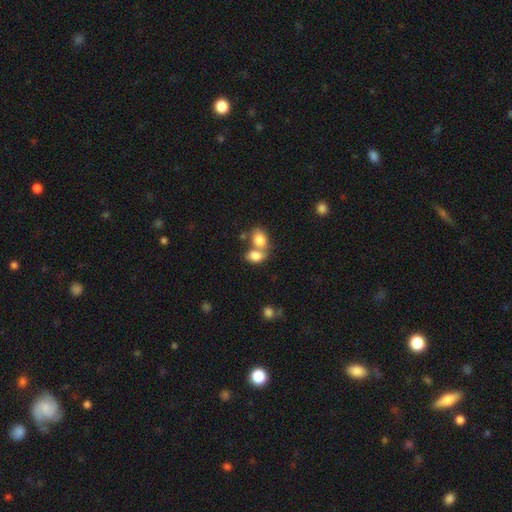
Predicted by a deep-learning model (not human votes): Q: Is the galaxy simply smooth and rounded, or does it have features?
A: smooth — 81%.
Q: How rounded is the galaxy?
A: in between — 76%.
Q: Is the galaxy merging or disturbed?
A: merger — 60%.